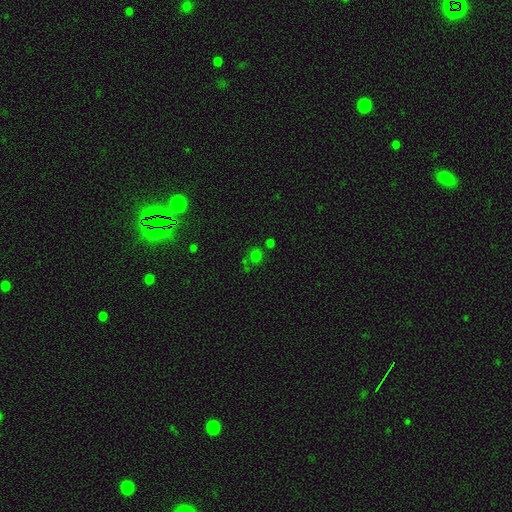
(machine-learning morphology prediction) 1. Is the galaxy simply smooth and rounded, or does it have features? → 60% smooth, 32% star or artifact, 8% featured or disk.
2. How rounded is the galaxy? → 82% round, 16% in between, 1% cigar-shaped.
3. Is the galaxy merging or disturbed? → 65% none, 14% merger, 13% minor disturbance, 8% major disturbance.